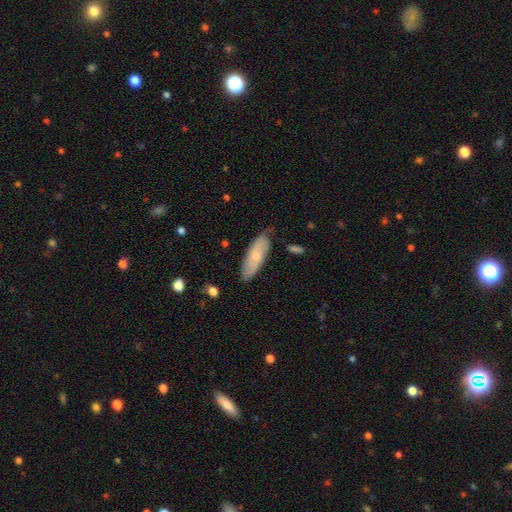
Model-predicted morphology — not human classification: type=smooth (65%); roundness=in between (64%); merging=none (77%).